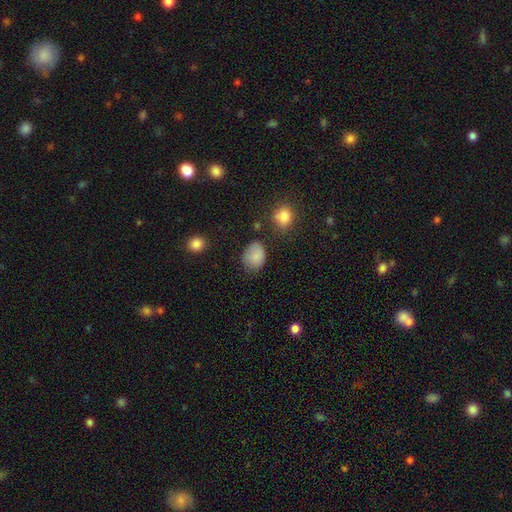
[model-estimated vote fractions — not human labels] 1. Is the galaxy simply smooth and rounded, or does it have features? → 84% smooth, 10% star or artifact, 6% featured or disk.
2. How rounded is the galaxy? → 60% in between, 39% round, 1% cigar-shaped.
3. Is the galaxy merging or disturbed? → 62% none, 27% minor disturbance, 8% major disturbance, 3% merger.